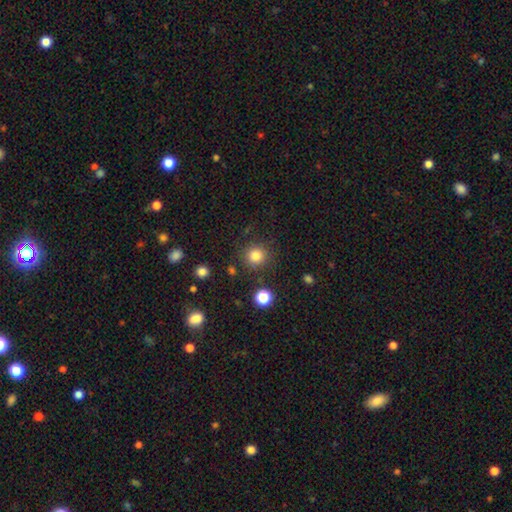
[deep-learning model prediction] Smooth or featured? smooth (82%)
How rounded? round (92%)
Merging? none (86%)